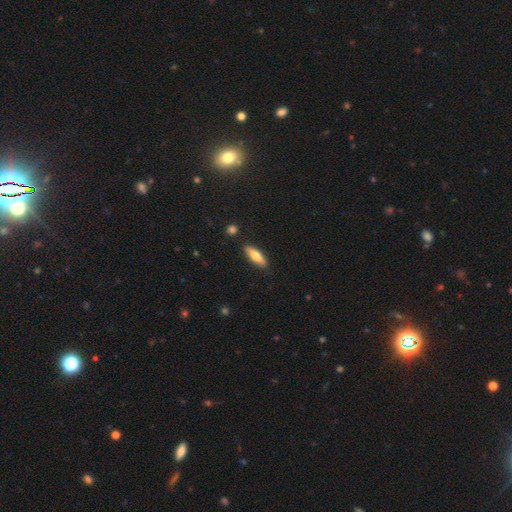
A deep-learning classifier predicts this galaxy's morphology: Smooth or featured? Predicted: smooth (p=0.67). How rounded? Predicted: cigar-shaped (p=0.55). Merging? Predicted: none (p=0.88).